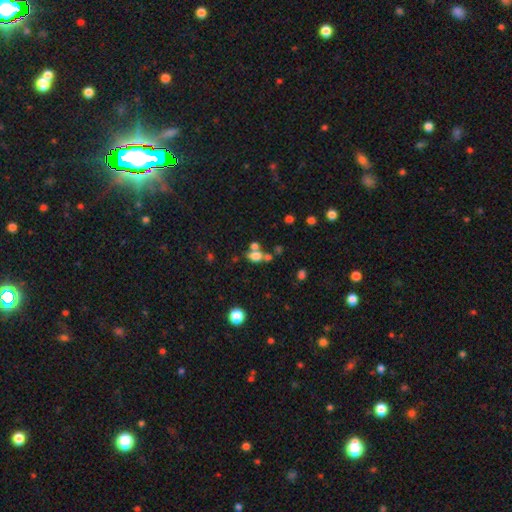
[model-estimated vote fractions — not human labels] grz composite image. It shows a smooth galaxy with no disk features (72%) that is in between round and cigar-shaped (64%). Merging: none (42%).